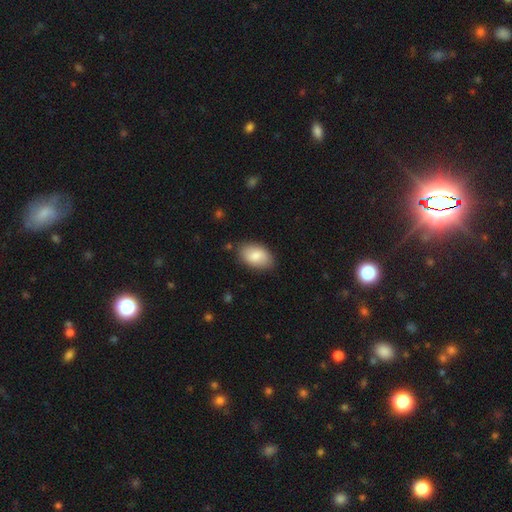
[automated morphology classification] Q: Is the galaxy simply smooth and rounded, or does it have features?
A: smooth — 82%.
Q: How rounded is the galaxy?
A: in between — 93%.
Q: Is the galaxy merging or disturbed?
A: none — 82%.